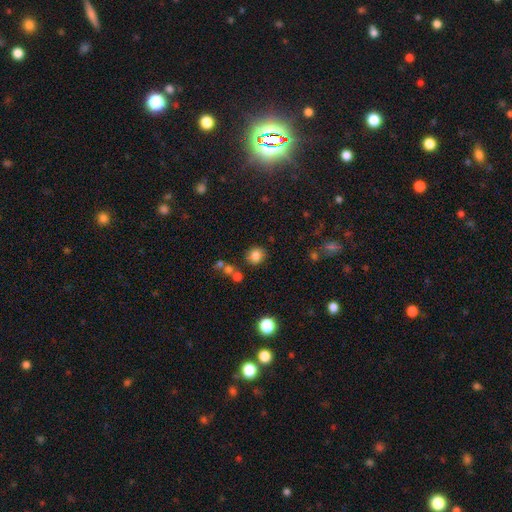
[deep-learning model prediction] A smooth galaxy with no disk features (81%) that is round (83%).

Vote fractions:
- Smooth or featured? smooth: 81% / star or artifact: 13% / featured or disk: 6%
- How rounded? round: 83% / in between: 16% / cigar-shaped: 1%
- Merging? none: 81% / minor disturbance: 10% / merger: 6% / major disturbance: 3%